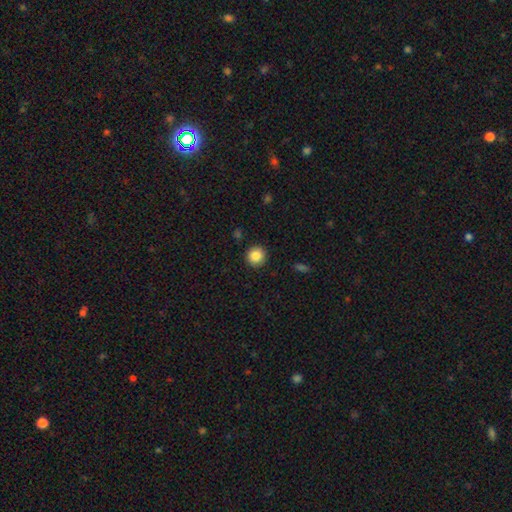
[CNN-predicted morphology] type=smooth (85%); roundness=round (94%); merging=none (92%).